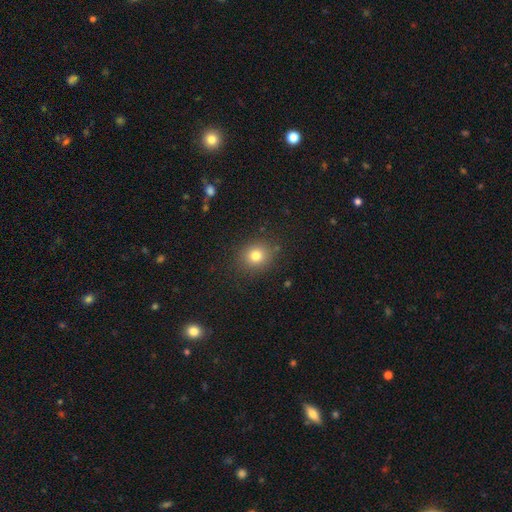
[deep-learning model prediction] Q: Smooth or featured?
A: smooth (78%); runner-up: star or artifact (14%)
Q: How rounded?
A: round (79%); runner-up: in between (21%)
Q: Merging?
A: none (87%); runner-up: minor disturbance (9%)